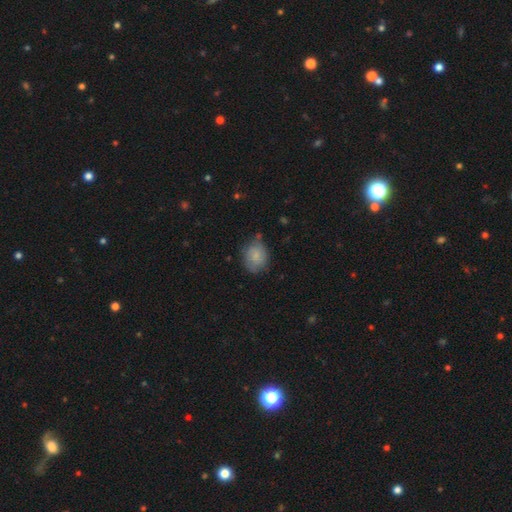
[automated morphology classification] Smooth or featured?
  - smooth: 76% *
  - featured or disk: 16%
  - star or artifact: 7%
How rounded?
  - round: 50% *
  - in between: 48%
  - cigar-shaped: 1%
Merging?
  - none: 65% *
  - minor disturbance: 26%
  - major disturbance: 6%
  - merger: 3%